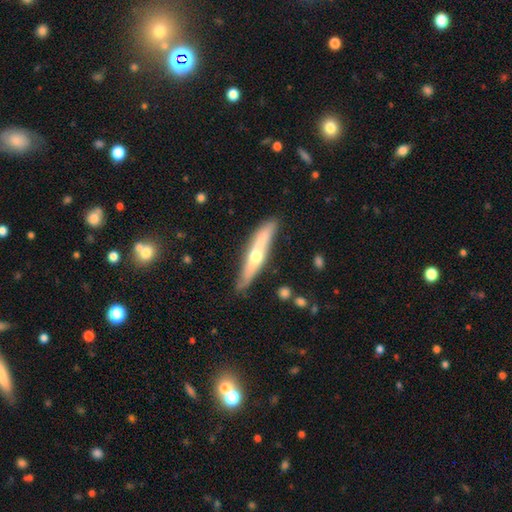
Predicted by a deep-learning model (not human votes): Smooth or featured? Predicted: featured or disk (p=0.59). Edge-on disk? Predicted: yes (p=0.85). Merging? Predicted: none (p=0.79).